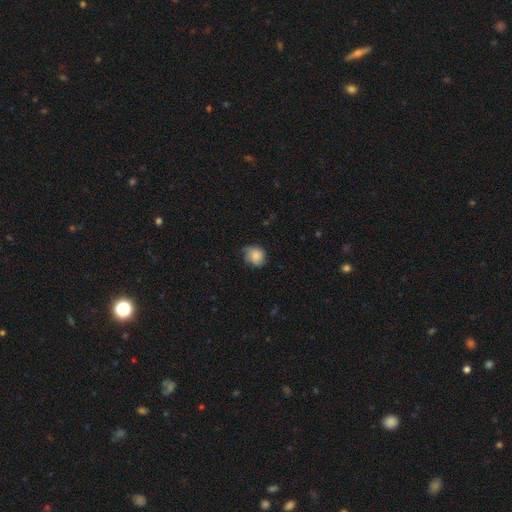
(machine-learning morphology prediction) Smooth or featured?
  - smooth: 72% *
  - featured or disk: 20%
  - star or artifact: 8%
How rounded?
  - round: 67% *
  - in between: 32%
  - cigar-shaped: 1%
Merging?
  - none: 58% *
  - minor disturbance: 32%
  - major disturbance: 10%
  - merger: 1%